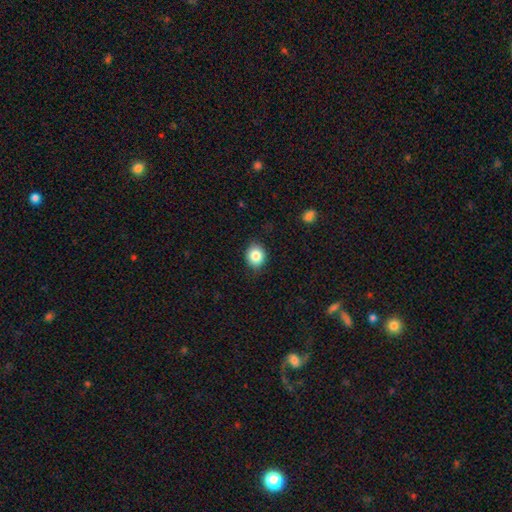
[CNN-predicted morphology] Q: Smooth or featured?
A: smooth (84%); runner-up: star or artifact (9%)
Q: How rounded?
A: round (65%); runner-up: in between (34%)
Q: Merging?
A: none (84%); runner-up: minor disturbance (12%)